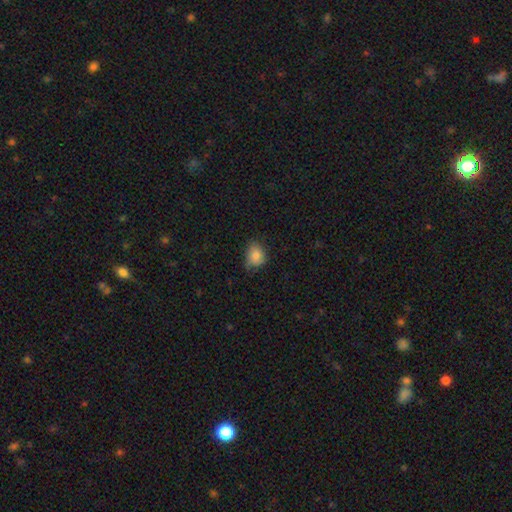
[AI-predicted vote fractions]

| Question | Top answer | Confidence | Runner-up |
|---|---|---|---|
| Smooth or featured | smooth | 84% | star or artifact (9%) |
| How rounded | round | 51% | in between (48%) |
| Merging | none | 59% | minor disturbance (33%) |